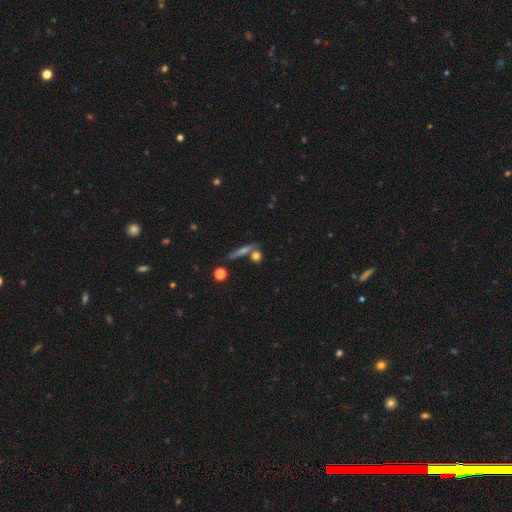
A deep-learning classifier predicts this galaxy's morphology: Q: Smooth or featured?
A: smooth (66%); runner-up: featured or disk (21%)
Q: How rounded?
A: round (49%); runner-up: cigar-shaped (33%)
Q: Merging?
A: none (67%); runner-up: merger (19%)